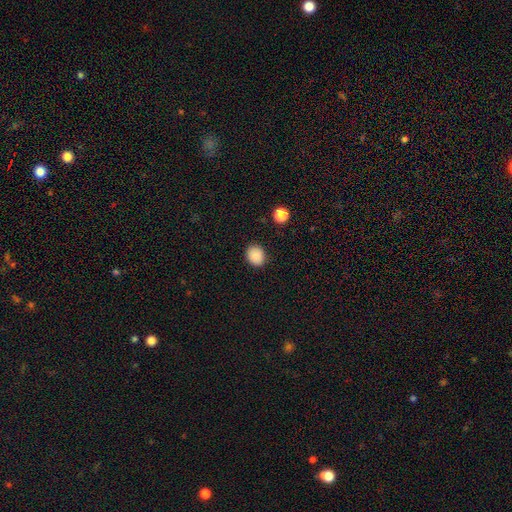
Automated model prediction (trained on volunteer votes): Overall: smooth (88%). How rounded: round (65%; in between 34%). Merging: none (89%).